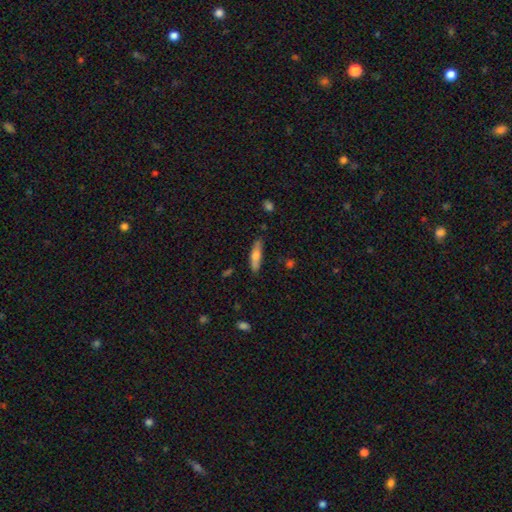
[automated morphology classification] A smooth galaxy with no disk features (66%) that is cigar-shaped (70%). Merging: none (81%).